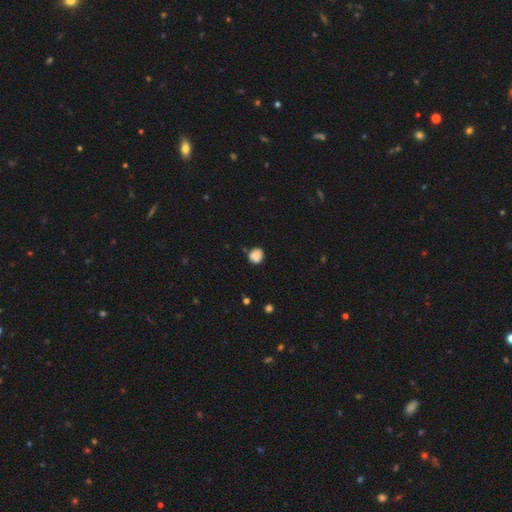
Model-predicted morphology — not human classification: smooth_or_featured: smooth (p=0.84) [alt: star or artifact p=0.10]
how_rounded: round (p=0.76) [alt: in between p=0.23]
merging: none (p=0.68) [alt: minor disturbance p=0.22]